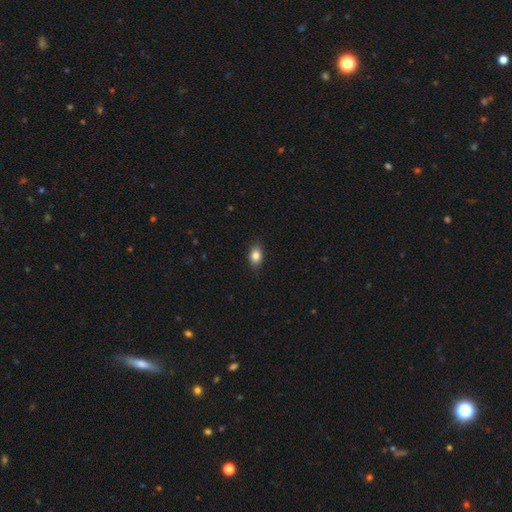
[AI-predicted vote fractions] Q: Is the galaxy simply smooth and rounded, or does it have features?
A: smooth — 83%.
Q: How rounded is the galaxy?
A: in between — 81%.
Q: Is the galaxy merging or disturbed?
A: none — 86%.